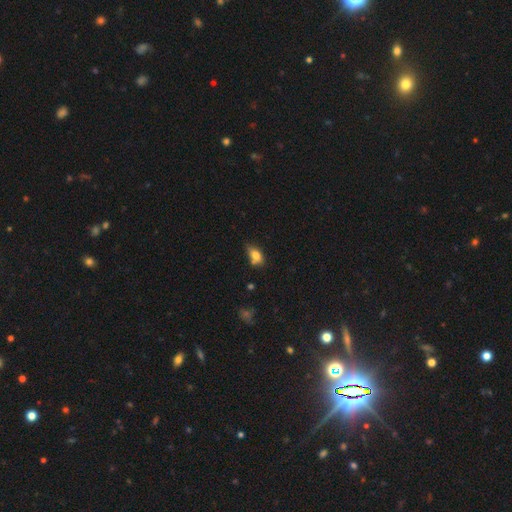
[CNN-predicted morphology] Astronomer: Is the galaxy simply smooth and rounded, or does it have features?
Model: smooth — 78%.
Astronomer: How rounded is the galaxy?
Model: in between — 83%.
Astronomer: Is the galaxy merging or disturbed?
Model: none — 46% (runner-up: minor disturbance, 34%).